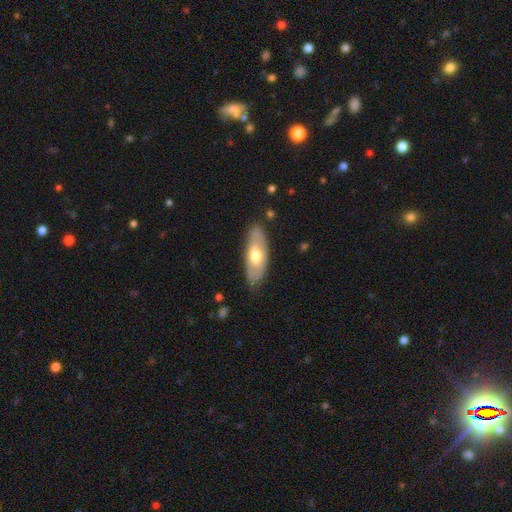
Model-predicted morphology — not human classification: Q: Smooth or featured?
A: smooth (48%); runner-up: featured or disk (47%)
Q: Merging?
A: none (82%); runner-up: minor disturbance (13%)